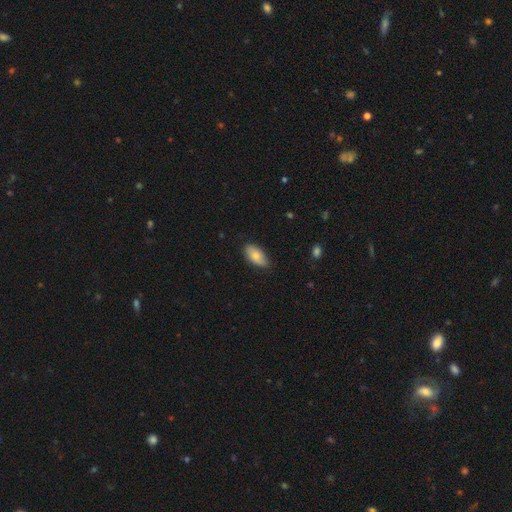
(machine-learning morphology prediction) The model was most divided on "merging": none: 74%, minor disturbance: 22%, major disturbance: 3%, merger: 1%. More confident: how rounded — in between (92%); smooth or featured — smooth (80%).